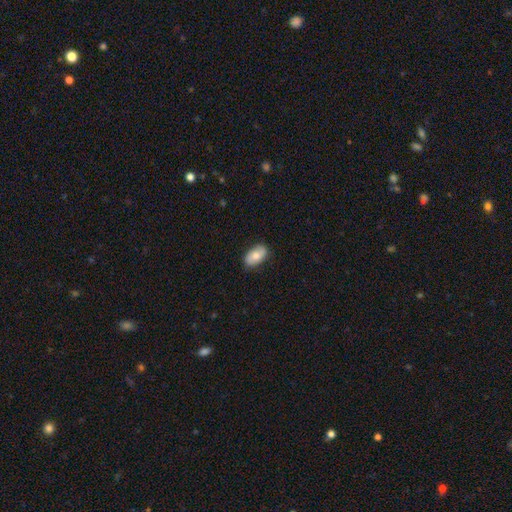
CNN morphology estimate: smooth-or-featured: smooth: 71% | featured or disk: 23% | star or artifact: 6%
  how-rounded: in between: 93% | round: 5% | cigar-shaped: 2%
  merging: none: 83% | minor disturbance: 14% | major disturbance: 3% | merger: 1%